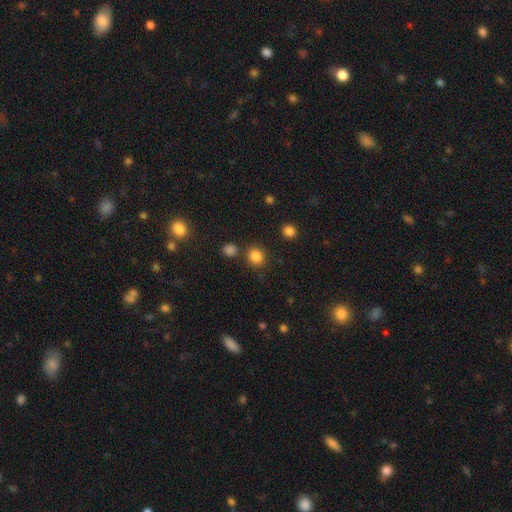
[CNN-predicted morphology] Smooth or featured? smooth (84%)
How rounded? round (74%)
Merging? none (80%)